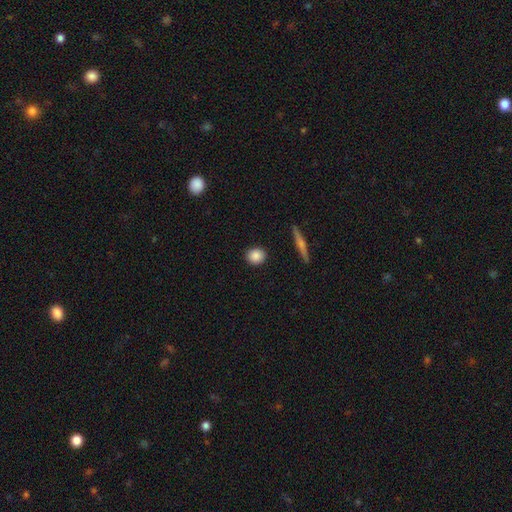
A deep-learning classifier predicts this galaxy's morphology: type=smooth (87%); roundness=round (80%); merging=none (91%).